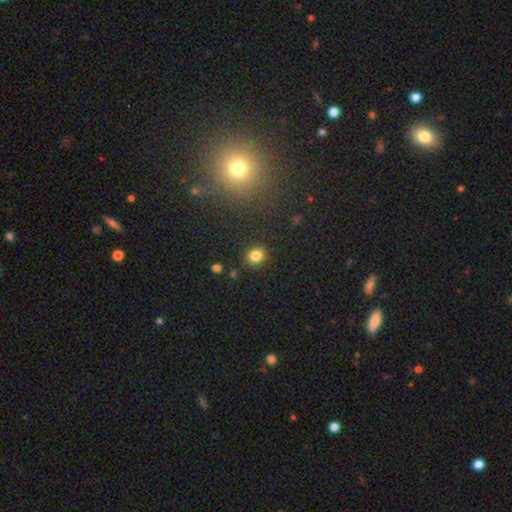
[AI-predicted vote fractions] smooth 82%, star or artifact 12%, featured or disk 6%. Down the decision tree: how rounded — round (66%); merging — none (87%).